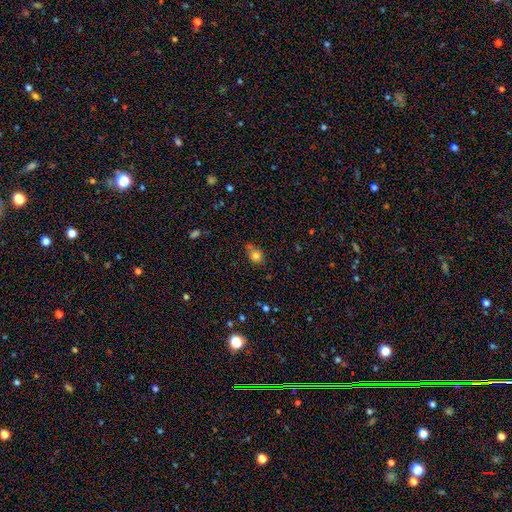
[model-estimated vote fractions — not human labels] smooth_or_featured: smooth (p=0.81) [alt: star or artifact p=0.12]
how_rounded: round (p=0.56) [alt: in between p=0.42]
merging: none (p=0.57) [alt: minor disturbance p=0.30]